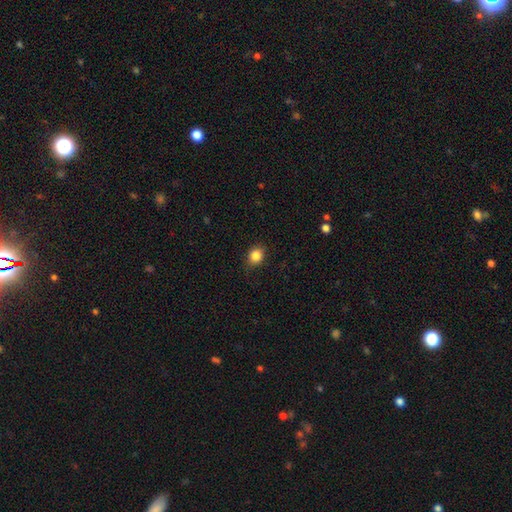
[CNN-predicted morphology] Smooth or featured?
  - smooth: 85% *
  - star or artifact: 10%
  - featured or disk: 5%
How rounded?
  - round: 64% *
  - in between: 35%
  - cigar-shaped: 1%
Merging?
  - none: 84% *
  - minor disturbance: 12%
  - major disturbance: 3%
  - merger: 1%